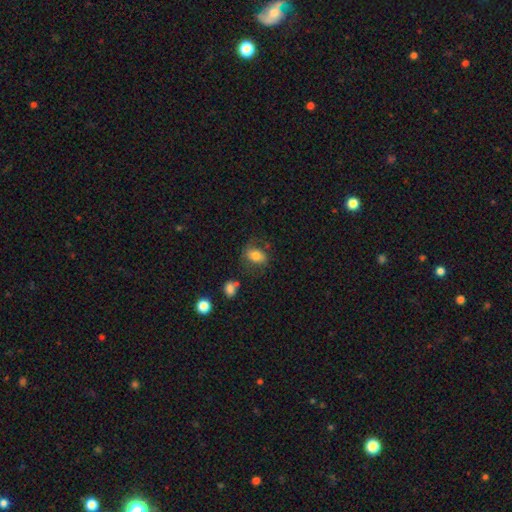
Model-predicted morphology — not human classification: type=smooth (70%); roundness=in between (73%); merging=none (57%).